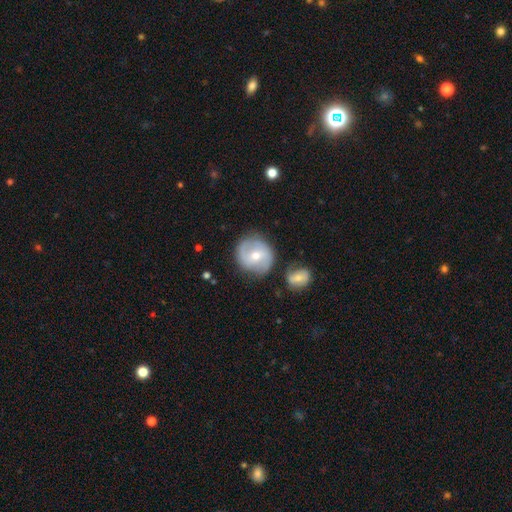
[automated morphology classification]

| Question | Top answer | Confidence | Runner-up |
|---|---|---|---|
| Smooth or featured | featured or disk | 66% | smooth (28%) |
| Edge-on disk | no | 97% | yes (3%) |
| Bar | no | 44% | weak (39%) |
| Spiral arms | yes | 81% | no (19%) |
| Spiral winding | medium | 45% | tight (32%) |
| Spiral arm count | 2 | 81% | can't tell (11%) |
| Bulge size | moderate | 56% | small (41%) |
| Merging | none | 75% | minor disturbance (14%) |